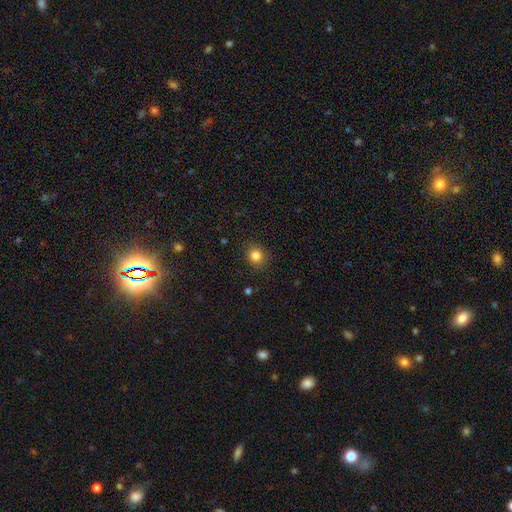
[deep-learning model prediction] A smooth galaxy with no disk features (83%) that is round (78%). Merging: none (87%).